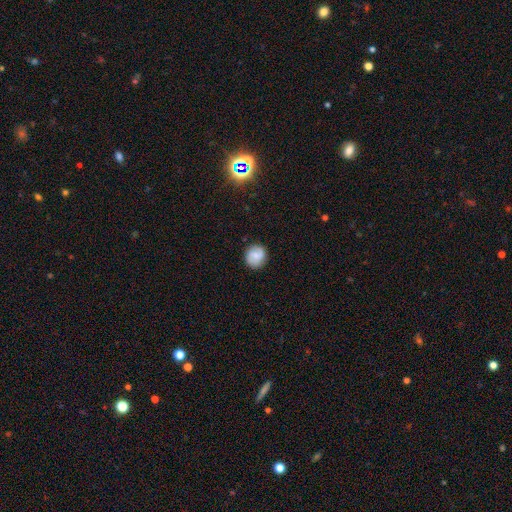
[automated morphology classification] The model was most divided on "smooth or featured": smooth: 65%, featured or disk: 27%, star or artifact: 8%. More confident: how rounded — round (87%); merging — none (86%).